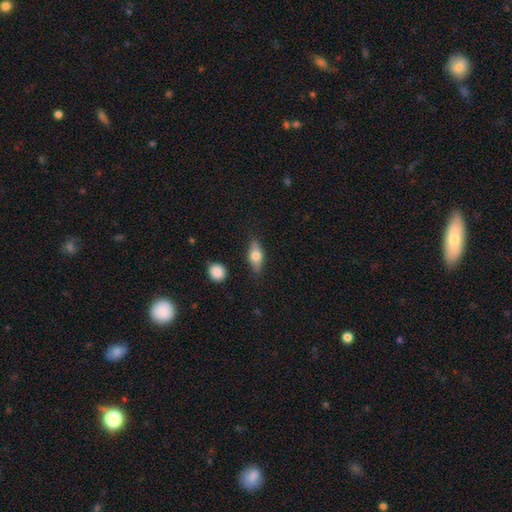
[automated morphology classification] smooth 55%, featured or disk 38%, star or artifact 7%. Down the decision tree: how rounded — in between (67%); merging — none (81%).